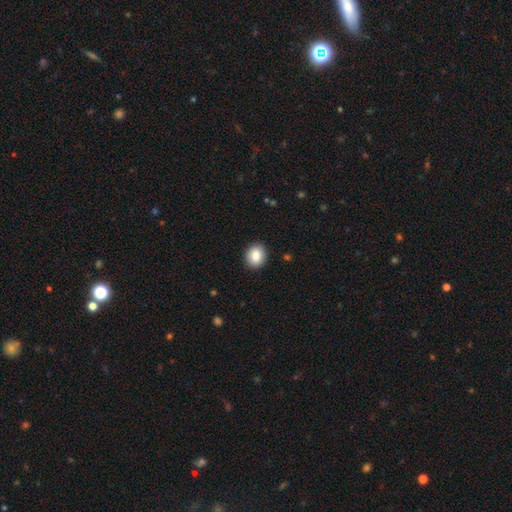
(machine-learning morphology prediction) Smooth or featured?
  - smooth: 86% *
  - star or artifact: 8%
  - featured or disk: 6%
How rounded?
  - round: 67% *
  - in between: 33%
  - cigar-shaped: 1%
Merging?
  - none: 91% *
  - minor disturbance: 7%
  - major disturbance: 2%
  - merger: 1%